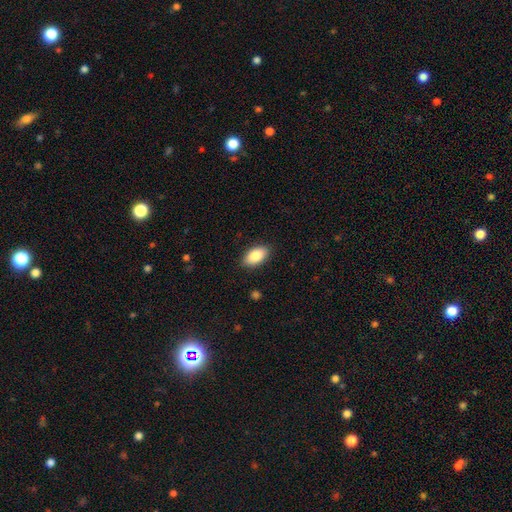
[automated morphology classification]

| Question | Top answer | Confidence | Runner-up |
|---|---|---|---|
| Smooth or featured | smooth | 86% | featured or disk (7%) |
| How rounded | in between | 94% | round (4%) |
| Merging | none | 88% | minor disturbance (8%) |